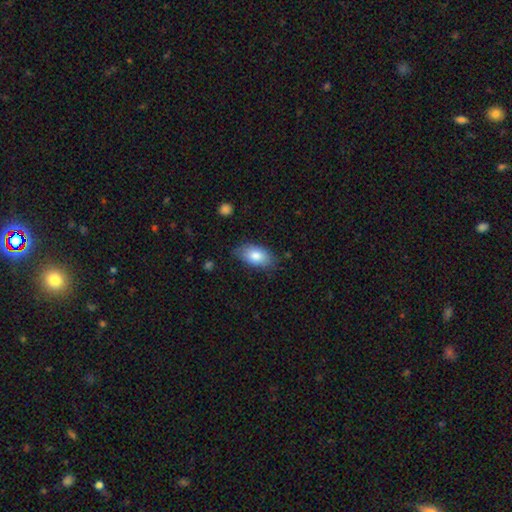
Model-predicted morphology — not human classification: The model was most divided on "merging": none: 75%, minor disturbance: 20%, major disturbance: 4%, merger: 1%. More confident: how rounded — in between (93%); smooth or featured — smooth (81%).